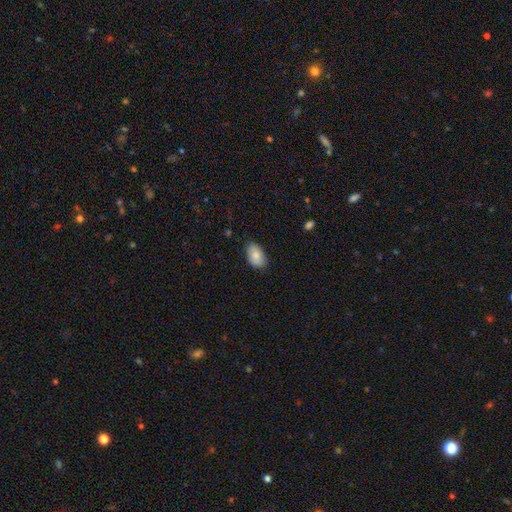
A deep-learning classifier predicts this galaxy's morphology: smooth-or-featured: smooth: 83% | featured or disk: 11% | star or artifact: 7%
  how-rounded: in between: 91% | round: 8% | cigar-shaped: 1%
  merging: none: 74% | minor disturbance: 22% | major disturbance: 3% | merger: 1%